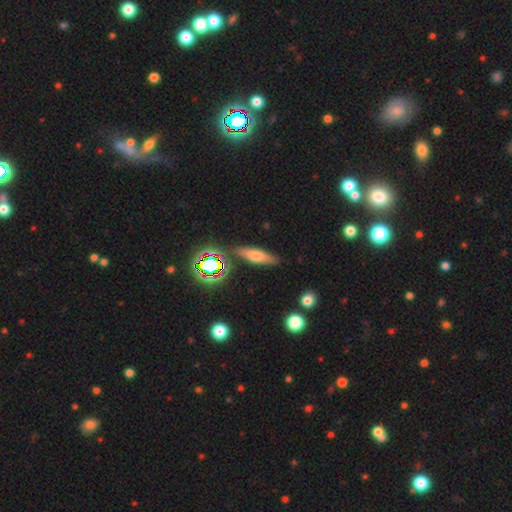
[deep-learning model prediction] A smooth galaxy with no disk features (55%) that is cigar-shaped (55%).

Vote fractions:
- Smooth or featured? smooth: 55% / featured or disk: 28% / star or artifact: 17%
- How rounded? cigar-shaped: 55% / in between: 39% / round: 6%
- Merging? none: 82% / minor disturbance: 11% / merger: 4% / major disturbance: 3%